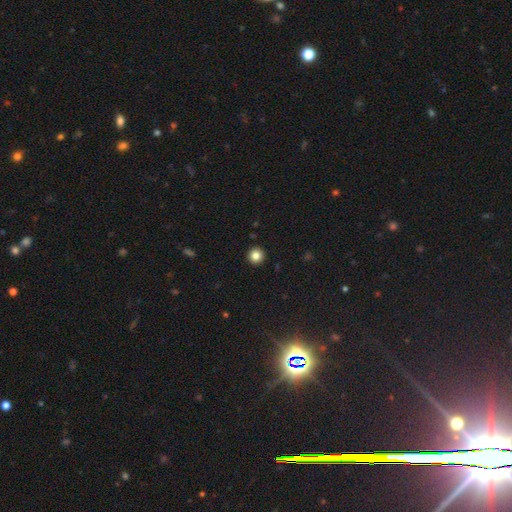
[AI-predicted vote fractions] Smooth or featured?
  - smooth: 84% *
  - star or artifact: 11%
  - featured or disk: 5%
How rounded?
  - round: 96% *
  - in between: 3%
  - cigar-shaped: 1%
Merging?
  - none: 94% *
  - minor disturbance: 4%
  - major disturbance: 1%
  - merger: 1%